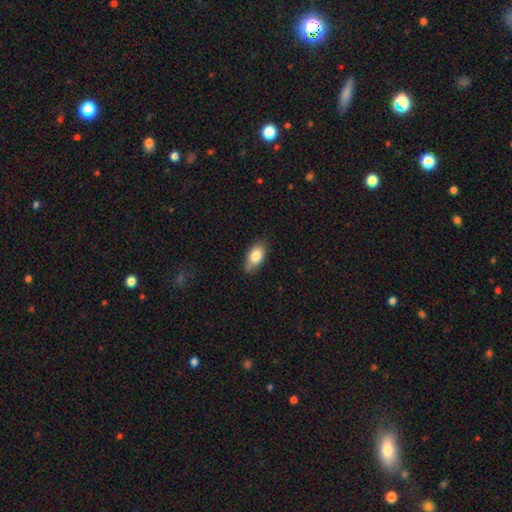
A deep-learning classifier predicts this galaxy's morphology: Overall: smooth (80%). How rounded: in between (91%). Merging: none (79%).